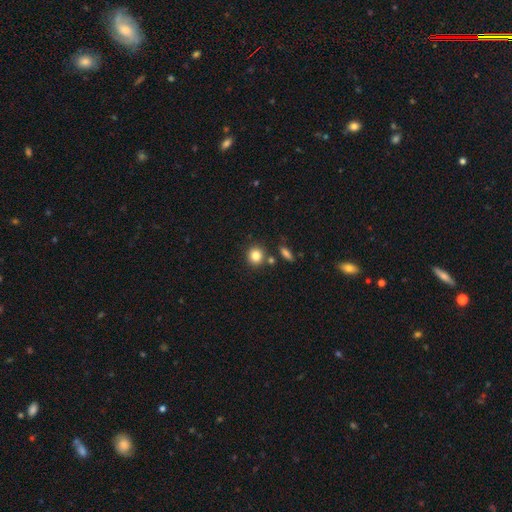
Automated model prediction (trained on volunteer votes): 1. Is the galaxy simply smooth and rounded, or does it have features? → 84% smooth, 10% star or artifact, 7% featured or disk.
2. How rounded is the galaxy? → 84% round, 15% in between, 1% cigar-shaped.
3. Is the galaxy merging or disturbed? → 78% none, 11% merger, 9% minor disturbance, 3% major disturbance.